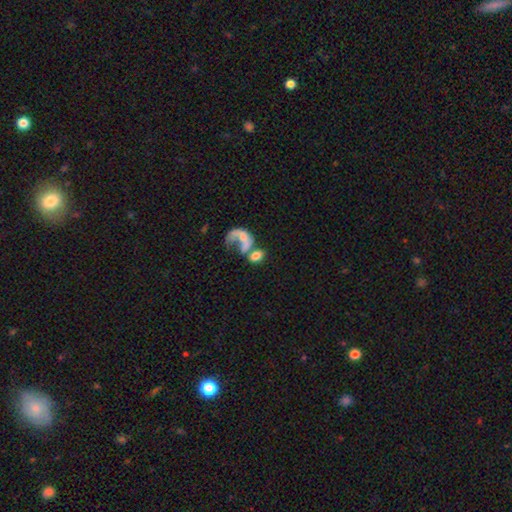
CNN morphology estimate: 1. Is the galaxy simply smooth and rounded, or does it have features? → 57% smooth, 33% featured or disk, 10% star or artifact.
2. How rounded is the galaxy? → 80% in between, 17% round, 4% cigar-shaped.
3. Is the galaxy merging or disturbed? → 47% merger, 26% major disturbance, 18% none, 9% minor disturbance.